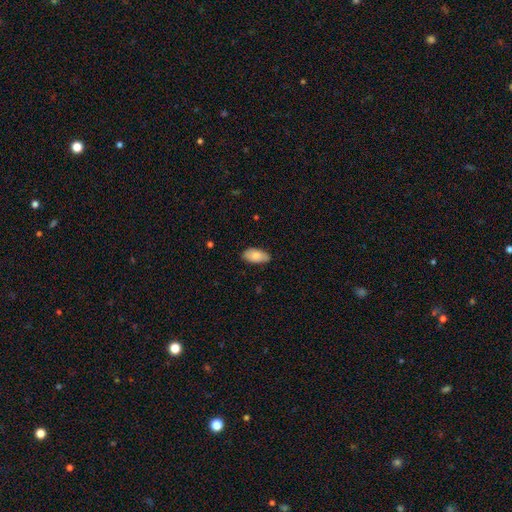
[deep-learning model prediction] smooth 82%, featured or disk 11%, star or artifact 6%. Down the decision tree: how rounded — in between (94%); merging — none (80%).